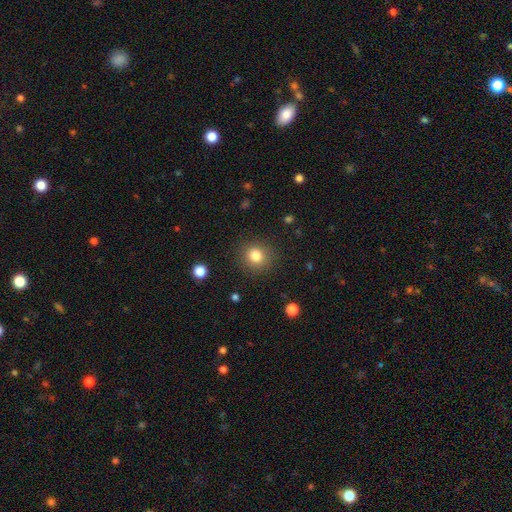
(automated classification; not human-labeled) The model was most divided on "smooth or featured": smooth: 82%, star or artifact: 12%, featured or disk: 6%. More confident: how rounded — round (88%); merging — none (88%).